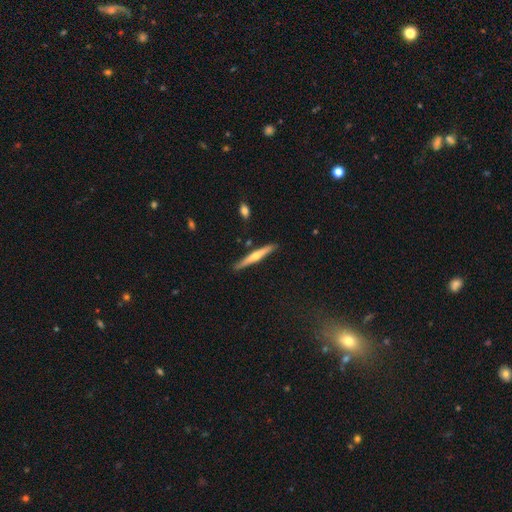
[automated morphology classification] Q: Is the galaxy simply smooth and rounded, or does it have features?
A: featured or disk — 61%.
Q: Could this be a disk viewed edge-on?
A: yes — 96%.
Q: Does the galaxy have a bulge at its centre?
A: rounded — 85%.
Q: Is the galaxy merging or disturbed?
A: none — 88%.